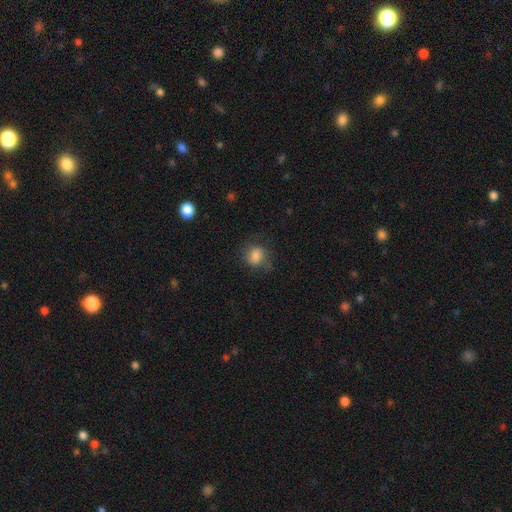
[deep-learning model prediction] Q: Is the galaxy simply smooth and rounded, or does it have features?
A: smooth — 81%.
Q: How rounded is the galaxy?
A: round — 72%.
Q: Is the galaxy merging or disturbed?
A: none — 70%.